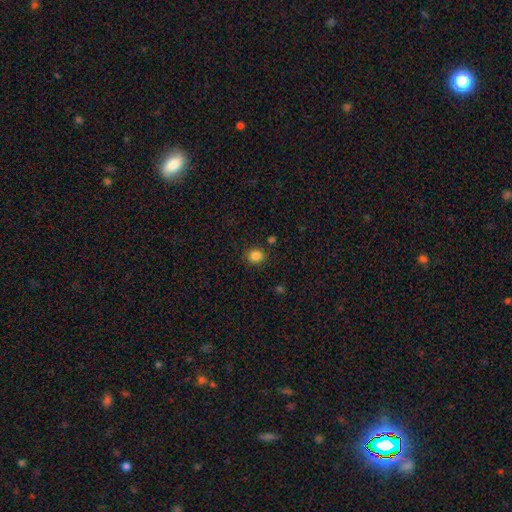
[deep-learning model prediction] Smooth or featured? smooth (85%)
How rounded? round (72%)
Merging? none (83%)